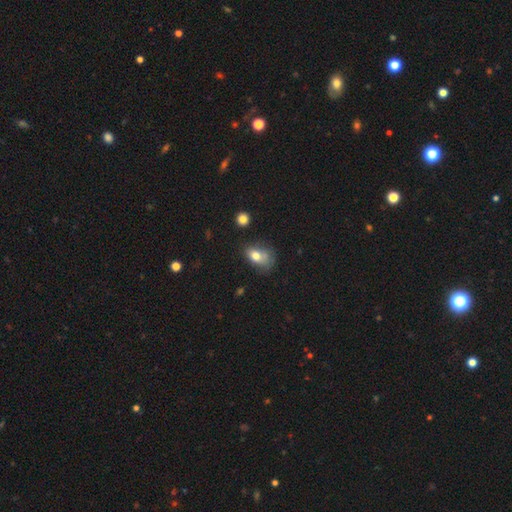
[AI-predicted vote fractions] A smooth galaxy with no disk features (73%) that is in between round and cigar-shaped (79%). Merging: none (38%).